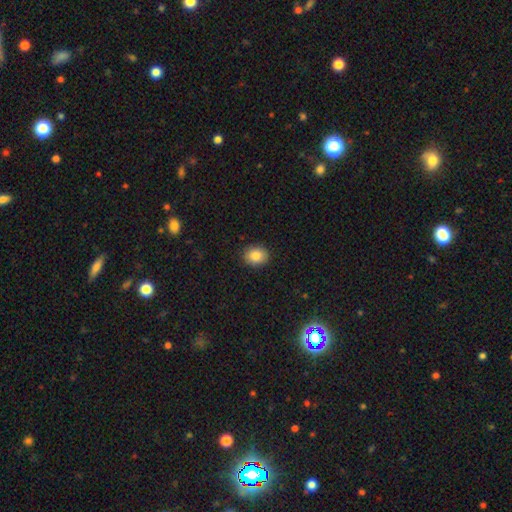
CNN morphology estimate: This appears to be a smooth galaxy with no disk features (85%) that is round (63%). Merging: none (91%).